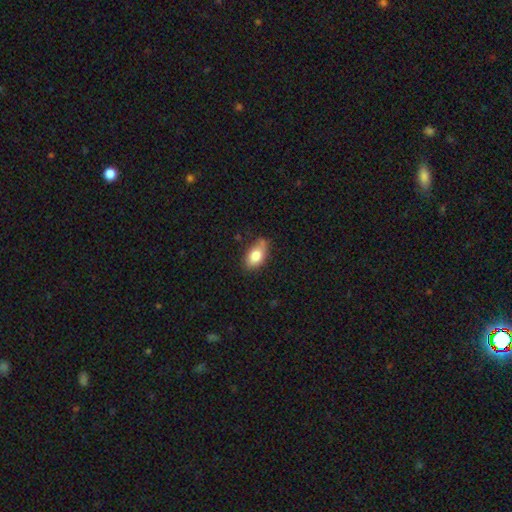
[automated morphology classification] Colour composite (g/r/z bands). It shows a smooth galaxy with no disk features (80%) that is in between round and cigar-shaped (90%). Merging: none (61%).